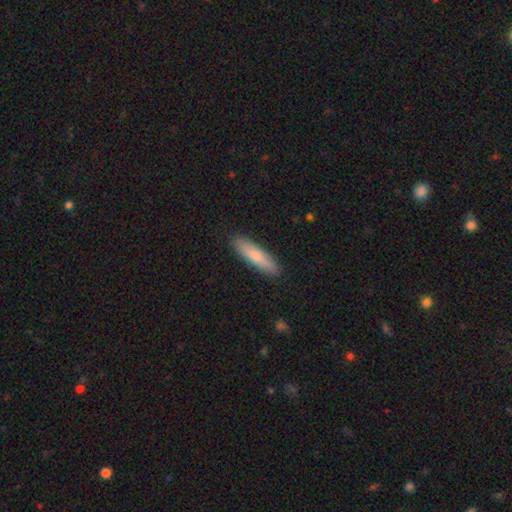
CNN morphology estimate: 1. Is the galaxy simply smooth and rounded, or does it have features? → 79% smooth, 16% featured or disk, 5% star or artifact.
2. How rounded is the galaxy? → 78% cigar-shaped, 20% in between, 1% round.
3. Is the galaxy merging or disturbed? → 90% none, 8% minor disturbance, 2% major disturbance, 1% merger.